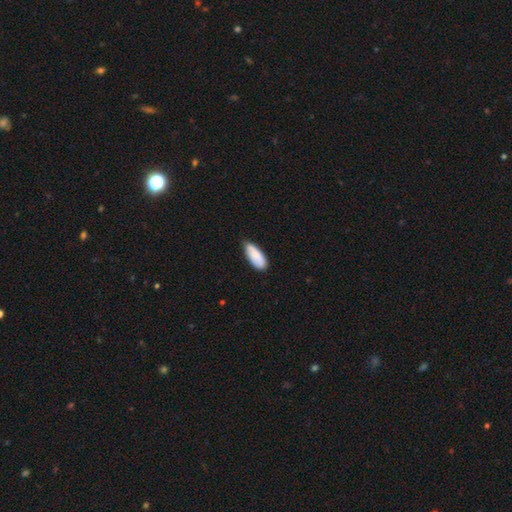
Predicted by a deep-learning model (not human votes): This appears to be a smooth galaxy with no disk features (83%) that is in between round and cigar-shaped (80%). Merging: none (64%).